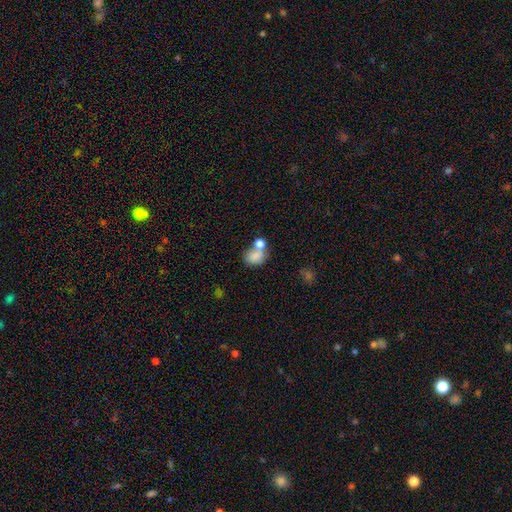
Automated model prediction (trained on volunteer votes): Smooth or featured? Predicted: smooth (p=0.78). How rounded? Predicted: in between (p=0.62). Merging? Predicted: merger (p=0.52).